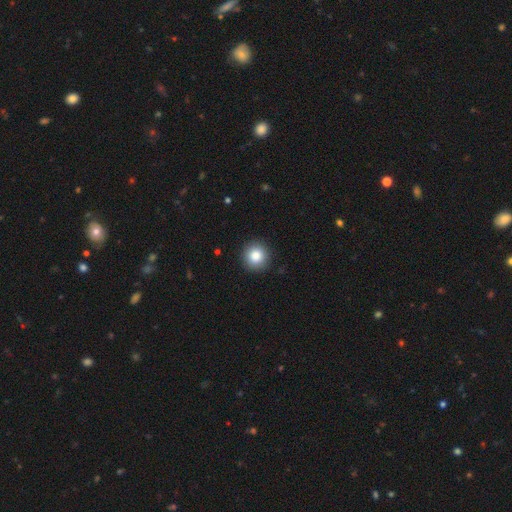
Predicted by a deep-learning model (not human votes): smooth_or_featured: smooth (p=0.85) [alt: star or artifact p=0.09]
how_rounded: round (p=0.94) [alt: in between p=0.05]
merging: none (p=0.91) [alt: minor disturbance p=0.06]